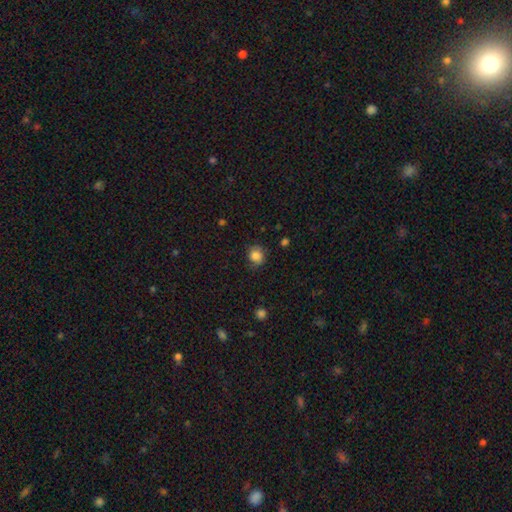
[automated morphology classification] This appears to be a smooth galaxy with no disk features (82%) that is round (76%). Merging: none (74%).